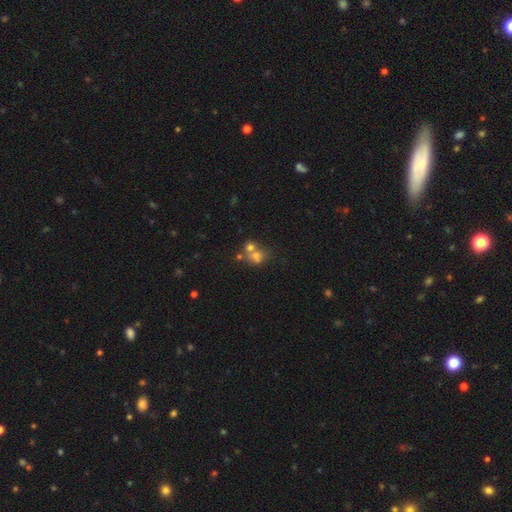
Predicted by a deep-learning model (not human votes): A smooth galaxy with no disk features (62%) that is round (68%). Merging: merger (52%).